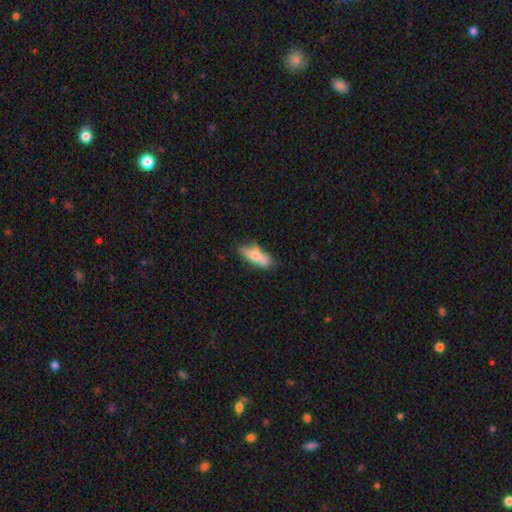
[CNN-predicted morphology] Q: Smooth or featured?
A: smooth (68%); runner-up: featured or disk (26%)
Q: How rounded?
A: in between (52%); runner-up: cigar-shaped (45%)
Q: Merging?
A: none (59%); runner-up: minor disturbance (23%)